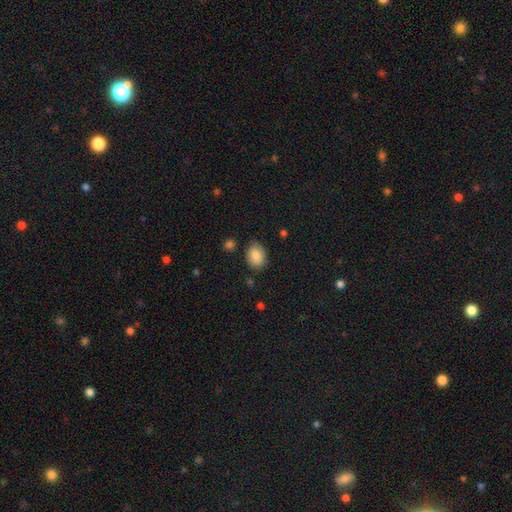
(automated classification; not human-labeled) A smooth galaxy with no disk features (85%) that is in between round and cigar-shaped (68%).

Vote fractions:
- Smooth or featured? smooth: 85% / star or artifact: 8% / featured or disk: 7%
- How rounded? in between: 68% / round: 31% / cigar-shaped: 1%
- Merging? none: 81% / minor disturbance: 14% / major disturbance: 3% / merger: 2%